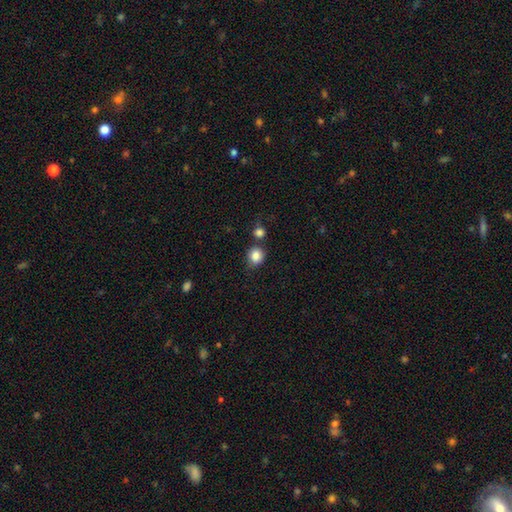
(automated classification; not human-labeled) A smooth galaxy with no disk features (85%) that is round (79%).

Vote fractions:
- Smooth or featured? smooth: 85% / star or artifact: 10% / featured or disk: 5%
- How rounded? round: 79% / in between: 20% / cigar-shaped: 1%
- Merging? none: 68% / merger: 15% / minor disturbance: 13% / major disturbance: 4%